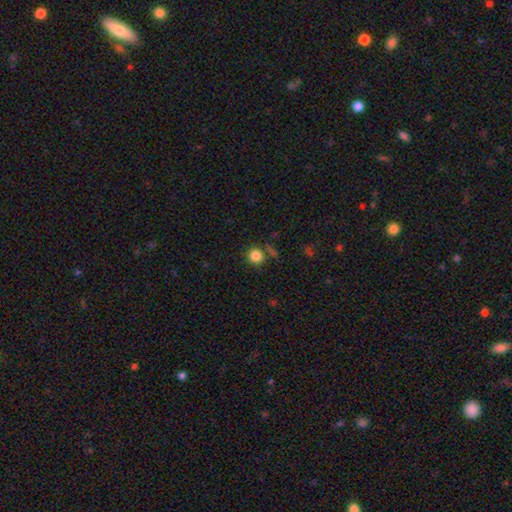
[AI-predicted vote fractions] Overall: smooth (84%). How rounded: round (93%). Merging: none (79%).